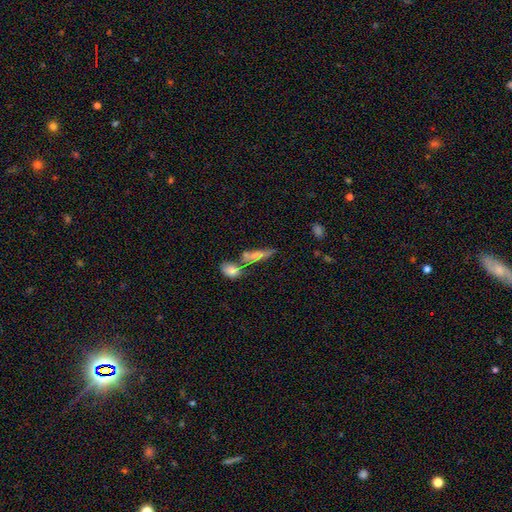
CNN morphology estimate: Overall: smooth (61%; featured or disk 30%). How rounded: cigar-shaped (67%; in between 29%). Merging: none (44%; merger 32%).